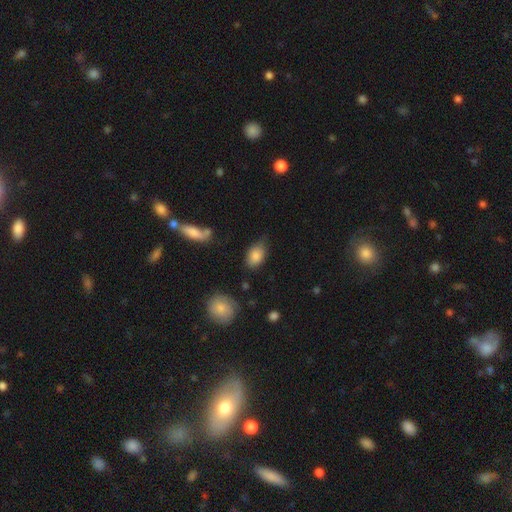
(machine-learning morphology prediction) This appears to be a smooth galaxy with no disk features (84%) that is in between round and cigar-shaped (88%). Merging: none (62%).